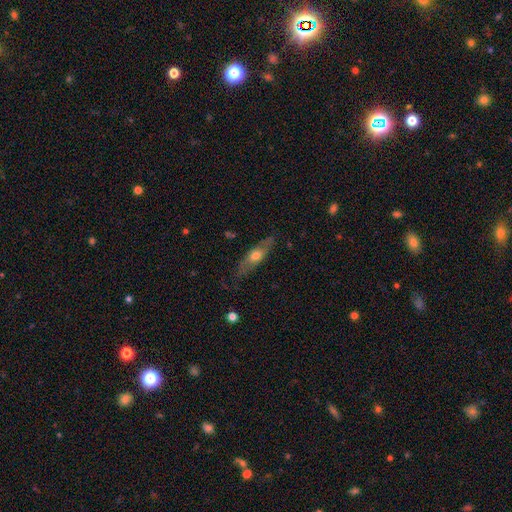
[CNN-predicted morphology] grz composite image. It shows a featured or disk galaxy (47%, tied with smooth). Merging: none (76%).